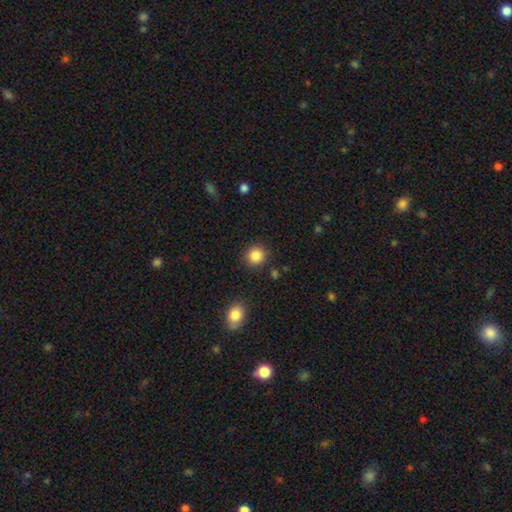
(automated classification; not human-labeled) smooth_or_featured: smooth (p=0.86) [alt: star or artifact p=0.10]
how_rounded: round (p=0.89) [alt: in between p=0.10]
merging: none (p=0.88) [alt: minor disturbance p=0.07]